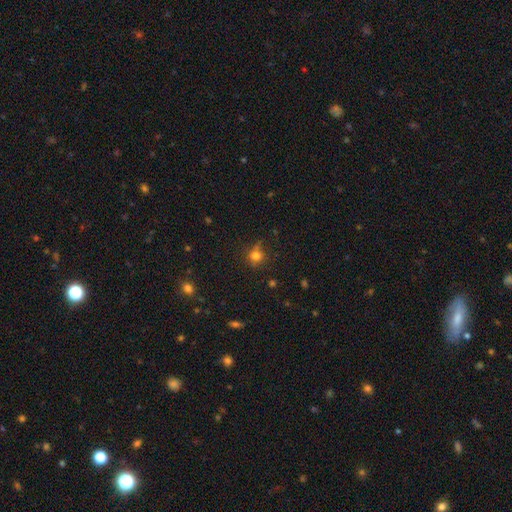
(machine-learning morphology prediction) Smooth or featured? smooth (75%)
How rounded? round (90%)
Merging? none (74%)